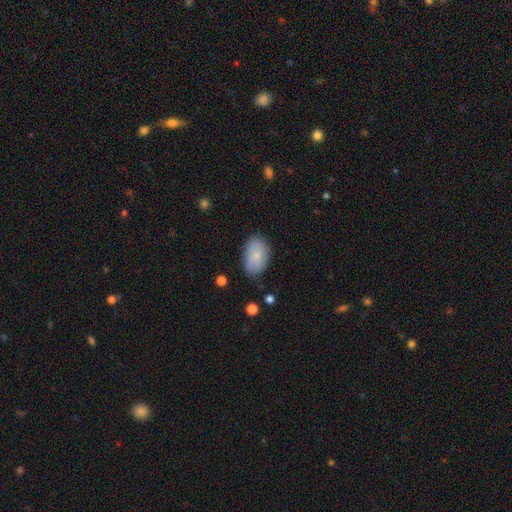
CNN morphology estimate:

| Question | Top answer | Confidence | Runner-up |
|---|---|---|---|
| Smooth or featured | smooth | 79% | featured or disk (15%) |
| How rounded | in between | 91% | round (8%) |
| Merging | none | 77% | minor disturbance (18%) |